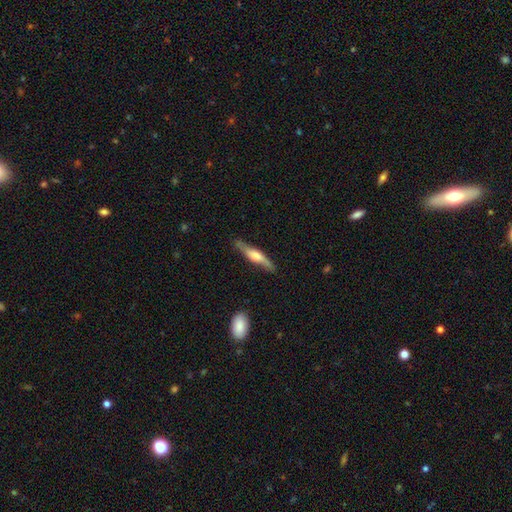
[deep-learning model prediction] Overall: featured or disk (53%; smooth 41%). Edge-on disk: yes (88%). Merging: none (78%).